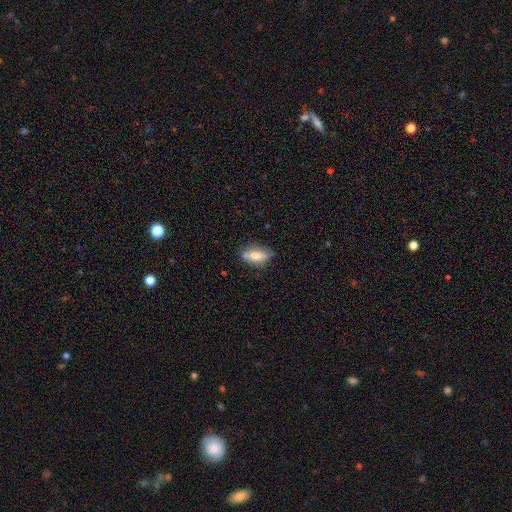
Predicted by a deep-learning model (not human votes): Smooth or featured? smooth (71%)
How rounded? in between (76%)
Merging? none (65%)